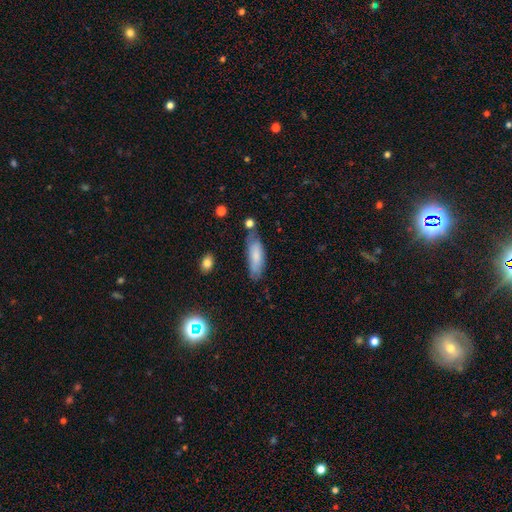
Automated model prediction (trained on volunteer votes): smooth_or_featured: smooth (p=0.76) [alt: featured or disk p=0.17]
how_rounded: in between (p=0.53) [alt: cigar-shaped p=0.45]
merging: none (p=0.62) [alt: minor disturbance p=0.26]